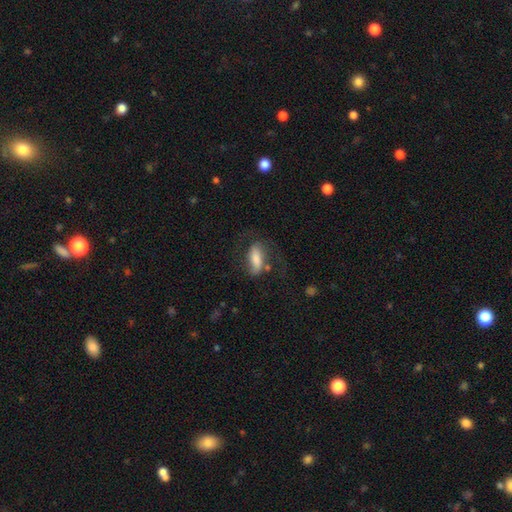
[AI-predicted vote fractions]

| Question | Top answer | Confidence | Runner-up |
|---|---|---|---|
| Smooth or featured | smooth | 58% | featured or disk (33%) |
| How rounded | in between | 69% | cigar-shaped (27%) |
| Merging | none | 53% | major disturbance (23%) |